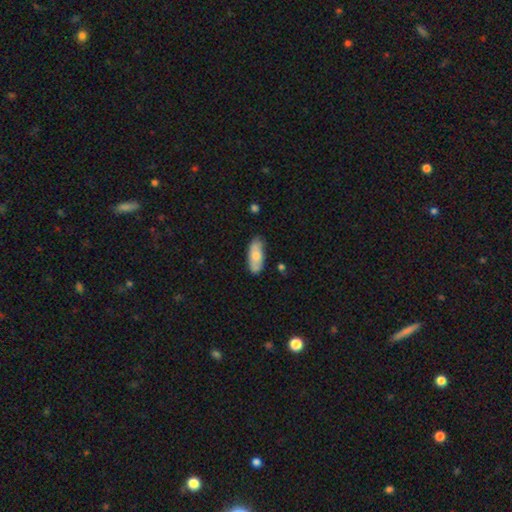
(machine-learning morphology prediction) A smooth galaxy with no disk features (69%) that is in between round and cigar-shaped (82%).

Vote fractions:
- Smooth or featured? smooth: 69% / featured or disk: 26% / star or artifact: 6%
- How rounded? in between: 82% / cigar-shaped: 16% / round: 2%
- Merging? none: 79% / minor disturbance: 17% / major disturbance: 3% / merger: 2%